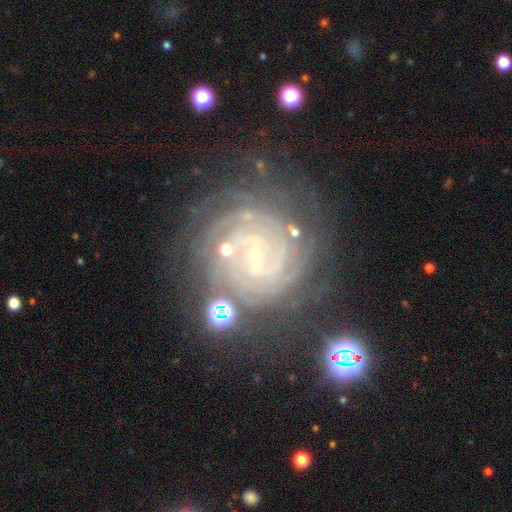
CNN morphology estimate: A featured or disk galaxy (86%) with a weak bar (48%), tight (75%) spiral arms (97%) and a small central bulge (81%).

Vote fractions:
- Smooth or featured? featured or disk: 86% / star or artifact: 8% / smooth: 6%
- Edge-on disk? no: 98% / yes: 2%
- Bar? weak: 48% / no: 28% / strong: 24%
- Spiral arms? yes: 97% / no: 3%
- Spiral winding? tight: 75% / medium: 21% / loose: 4%
- Spiral arm count? can't tell: 29% / 2: 19% / 4: 18% / 3: 17% / more than 4: 10% / 1: 6%
- Bulge size? small: 81% / moderate: 10% / none: 6% / large: 1% / dominant: 1%
- Merging? none: 70% / minor disturbance: 16% / major disturbance: 9% / merger: 5%